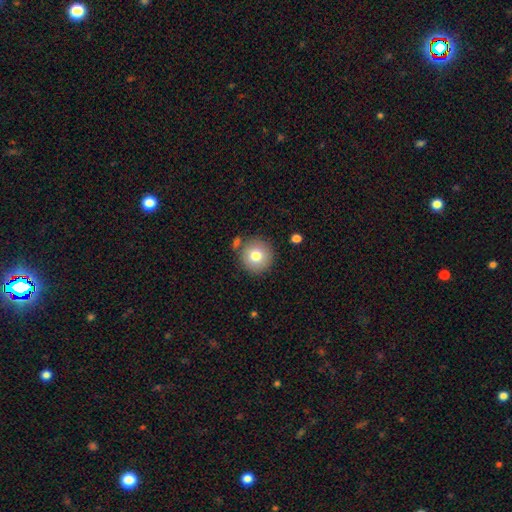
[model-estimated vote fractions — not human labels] Q: Smooth or featured?
A: smooth (79%); runner-up: featured or disk (12%)
Q: How rounded?
A: round (95%); runner-up: in between (4%)
Q: Merging?
A: none (82%); runner-up: minor disturbance (9%)